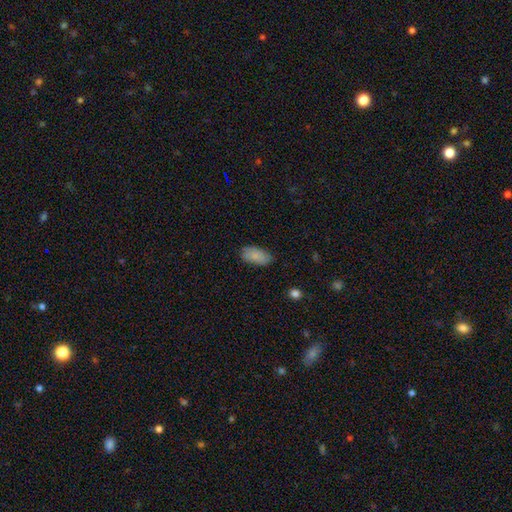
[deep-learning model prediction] Smooth or featured?
  - smooth: 86% *
  - featured or disk: 8%
  - star or artifact: 7%
How rounded?
  - in between: 94% *
  - cigar-shaped: 3%
  - round: 3%
Merging?
  - none: 80% *
  - minor disturbance: 16%
  - major disturbance: 3%
  - merger: 1%